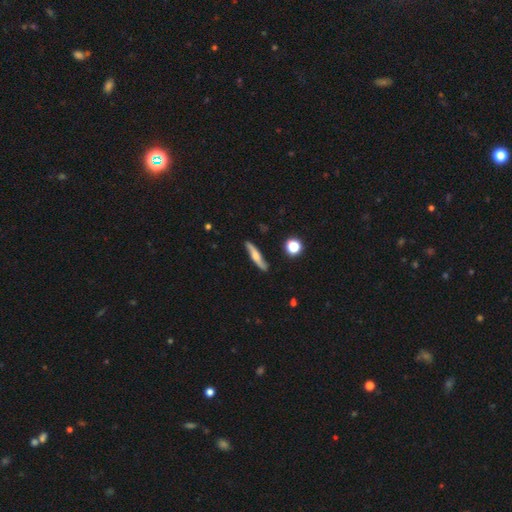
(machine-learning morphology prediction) This is possibly a featured or disk galaxy (55%). It is likely viewed edge-on (67%). Merging: clearly none (82%).